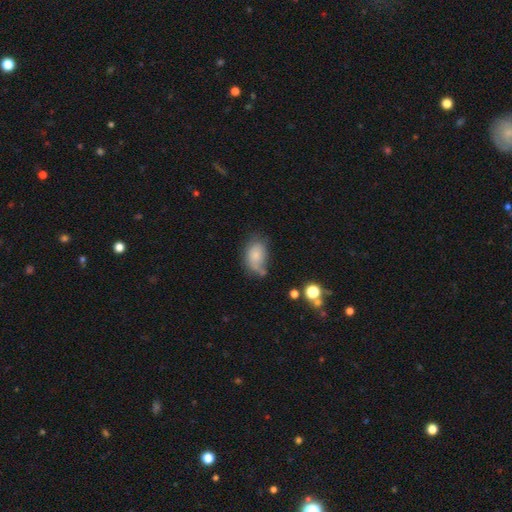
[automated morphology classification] Smooth or featured? smooth (73%)
How rounded? in between (85%)
Merging? none (38%)